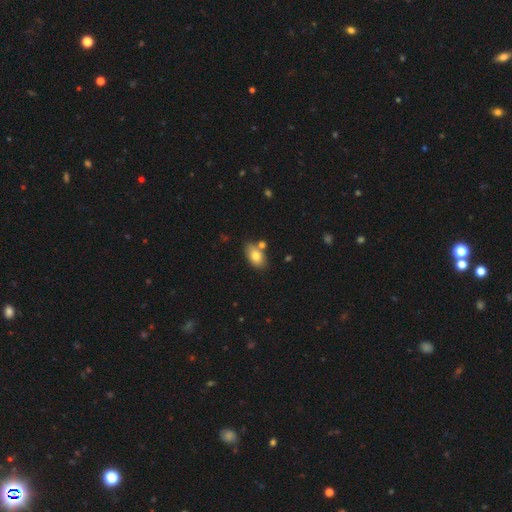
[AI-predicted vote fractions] The model was most divided on "merging": none: 66%, merger: 16%, minor disturbance: 14%, major disturbance: 3%. More confident: how rounded — in between (89%); smooth or featured — smooth (77%).